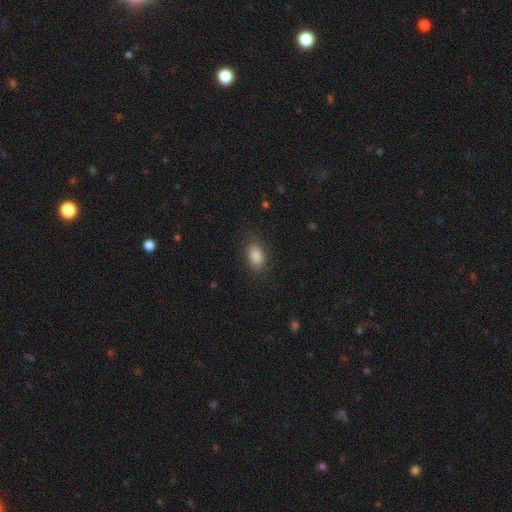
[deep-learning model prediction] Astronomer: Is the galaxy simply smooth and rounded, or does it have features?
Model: smooth — 87%.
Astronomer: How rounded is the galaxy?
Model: in between — 87%.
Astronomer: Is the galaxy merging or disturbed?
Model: none — 84%.